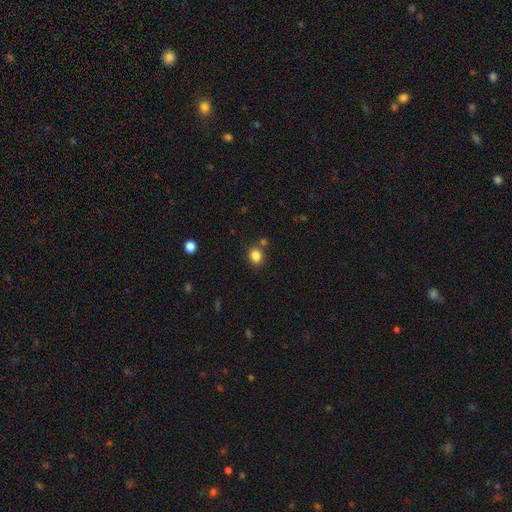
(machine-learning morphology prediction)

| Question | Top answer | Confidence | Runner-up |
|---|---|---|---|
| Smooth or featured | smooth | 84% | star or artifact (11%) |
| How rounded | round | 63% | in between (36%) |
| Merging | none | 76% | merger (11%) |